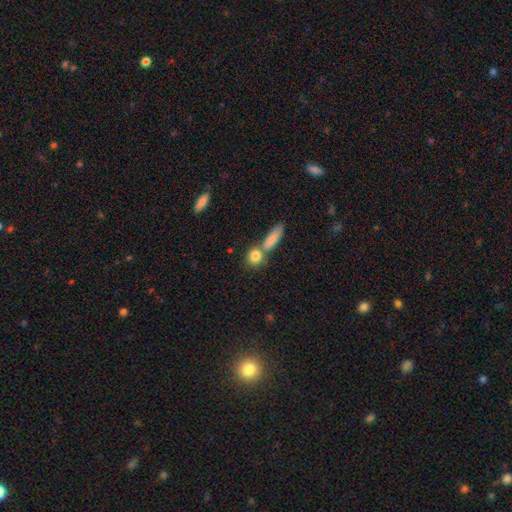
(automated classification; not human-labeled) Smooth or featured? smooth (82%)
How rounded? round (66%)
Merging? none (52%)